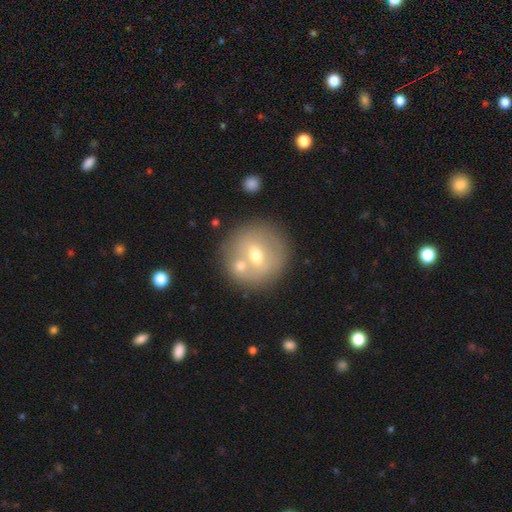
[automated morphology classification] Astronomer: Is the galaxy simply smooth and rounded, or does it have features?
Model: smooth — 52% (runner-up: featured or disk, 38%).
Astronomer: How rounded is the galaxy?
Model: round — 92%.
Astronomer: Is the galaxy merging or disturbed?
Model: none — 66%.